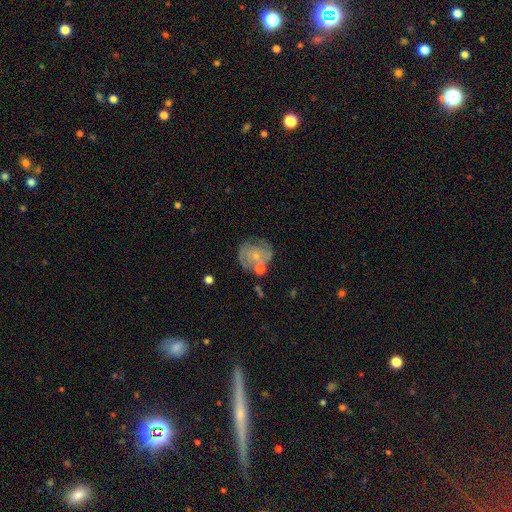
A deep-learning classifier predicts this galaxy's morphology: A featured or disk galaxy (66%) with no bar (81%), spiral arms (77%) and a small central bulge (75%).

Vote fractions:
- Smooth or featured? featured or disk: 66% / smooth: 27% / star or artifact: 8%
- Edge-on disk? no: 98% / yes: 2%
- Bar? no: 81% / weak: 16% / strong: 3%
- Spiral arms? yes: 77% / no: 23%
- Bulge size? small: 75% / moderate: 16% / none: 7% / large: 1% / dominant: 1%
- Merging? none: 54% / minor disturbance: 22% / major disturbance: 13% / merger: 11%